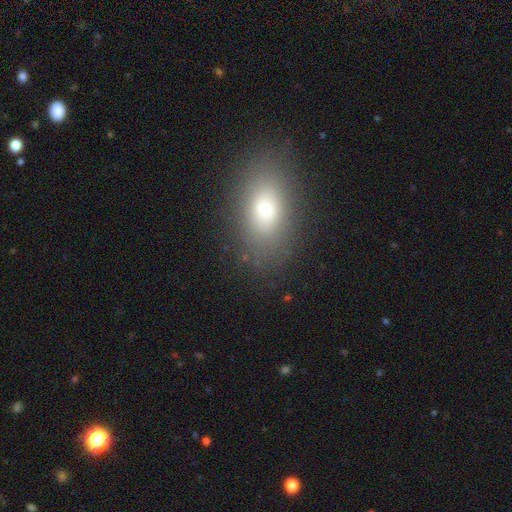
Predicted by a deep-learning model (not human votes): Smooth or featured?
  - smooth: 76% *
  - star or artifact: 13%
  - featured or disk: 11%
How rounded?
  - in between: 87% *
  - round: 9%
  - cigar-shaped: 4%
Merging?
  - none: 88% *
  - minor disturbance: 8%
  - major disturbance: 3%
  - merger: 1%